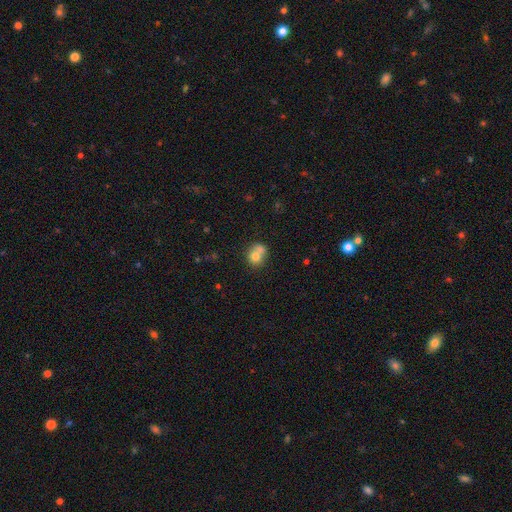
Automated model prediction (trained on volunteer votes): Smooth or featured? smooth (73%)
How rounded? round (72%)
Merging? merger (53%)